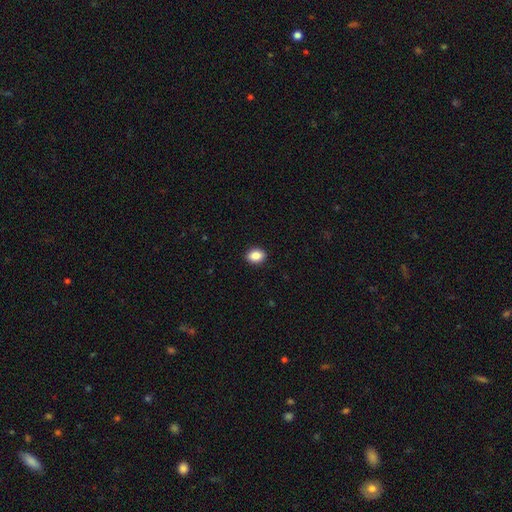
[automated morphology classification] This is clearly a smooth galaxy (86%). How rounded: likely in between (64%). Merging: clearly none (91%).